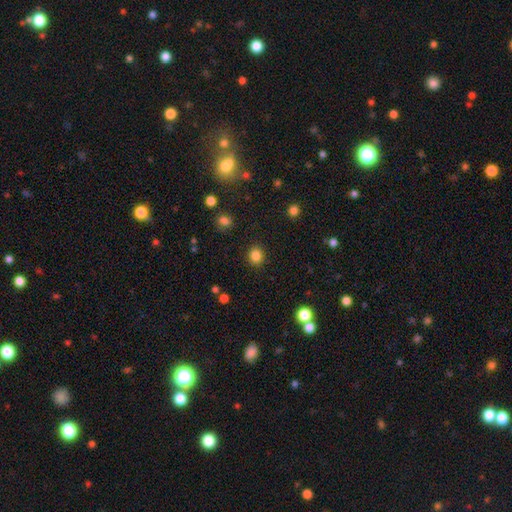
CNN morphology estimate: type=smooth (84%); roundness=round (76%); merging=none (89%).